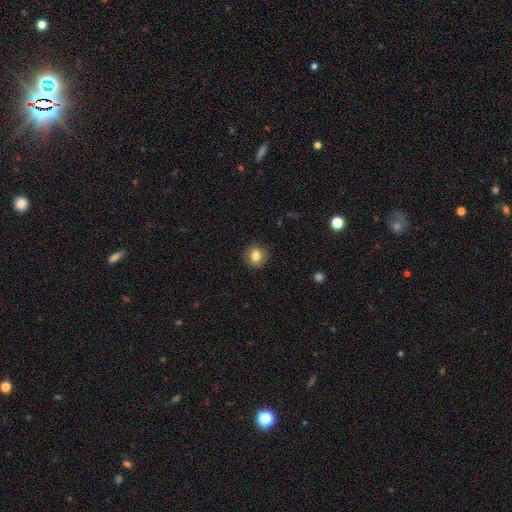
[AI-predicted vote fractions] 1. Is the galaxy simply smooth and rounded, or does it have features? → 81% smooth, 10% featured or disk, 9% star or artifact.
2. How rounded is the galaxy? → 80% round, 19% in between, 1% cigar-shaped.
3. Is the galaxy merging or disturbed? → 89% none, 8% minor disturbance, 2% major disturbance, 1% merger.